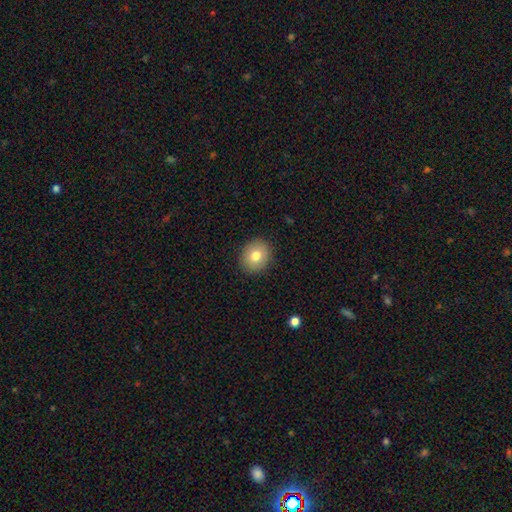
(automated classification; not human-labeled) Smooth or featured? Predicted: smooth (p=0.78). How rounded? Predicted: round (p=0.75). Merging? Predicted: none (p=0.90).